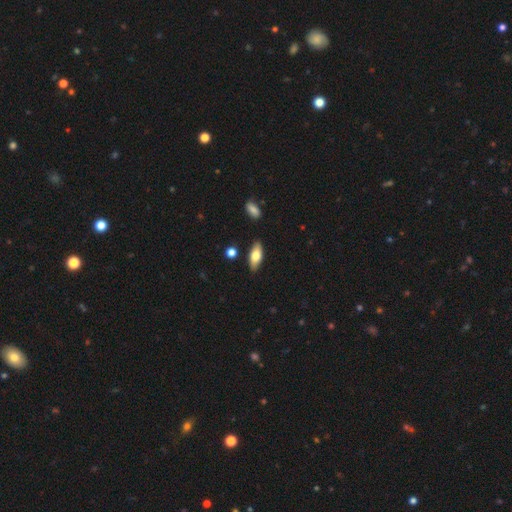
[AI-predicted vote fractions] A smooth galaxy with no disk features (71%) that is in between round and cigar-shaped (78%). Merging: none (84%).